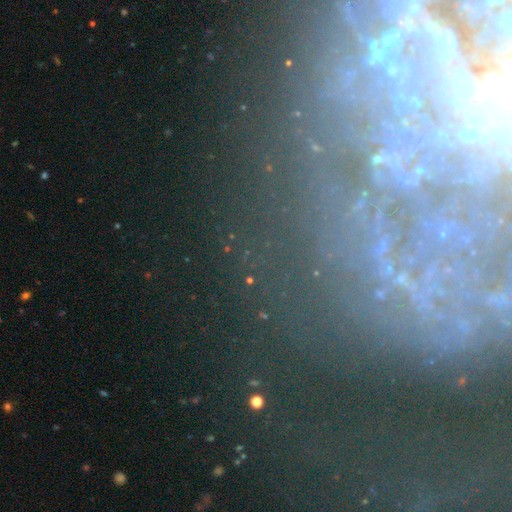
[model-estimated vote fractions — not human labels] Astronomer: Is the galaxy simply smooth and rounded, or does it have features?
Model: star or artifact — 43% (runner-up: featured or disk, 38%).